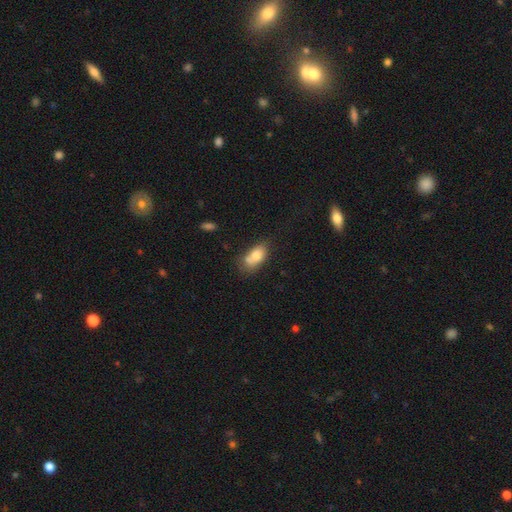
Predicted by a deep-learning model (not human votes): Smooth or featured? smooth (74%)
How rounded? in between (83%)
Merging? none (37%)